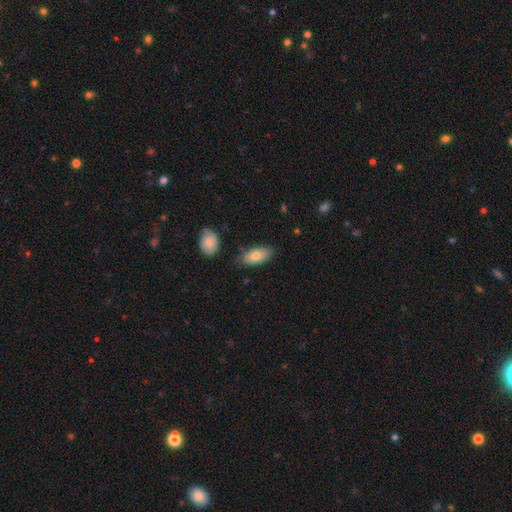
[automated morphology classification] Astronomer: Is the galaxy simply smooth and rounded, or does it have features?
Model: smooth — 78%.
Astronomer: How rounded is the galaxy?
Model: in between — 90%.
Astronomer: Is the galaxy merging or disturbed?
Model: none — 78%.